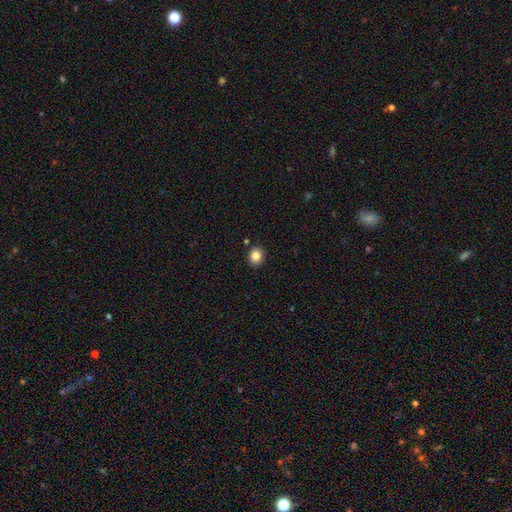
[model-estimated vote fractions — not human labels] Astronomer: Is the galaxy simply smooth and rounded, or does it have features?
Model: smooth — 85%.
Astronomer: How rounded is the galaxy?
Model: round — 75%.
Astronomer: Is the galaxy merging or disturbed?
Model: none — 89%.